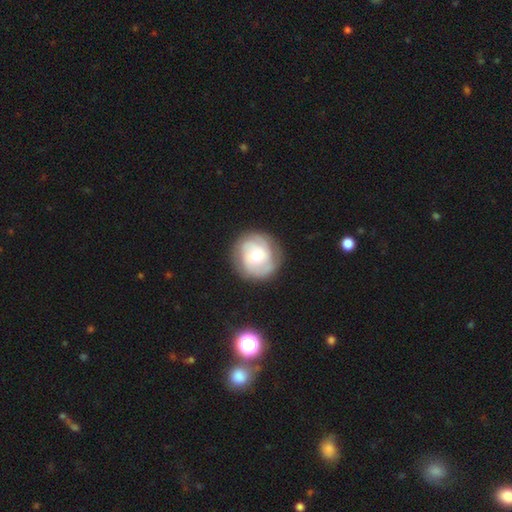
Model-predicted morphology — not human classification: Q: Smooth or featured?
A: featured or disk (61%); runner-up: smooth (33%)
Q: Edge-on disk?
A: no (97%); runner-up: yes (3%)
Q: Bar?
A: no (75%); runner-up: weak (20%)
Q: Spiral arms?
A: yes (79%); runner-up: no (21%)
Q: Bulge size?
A: moderate (65%); runner-up: small (25%)
Q: Merging?
A: none (79%); runner-up: minor disturbance (14%)